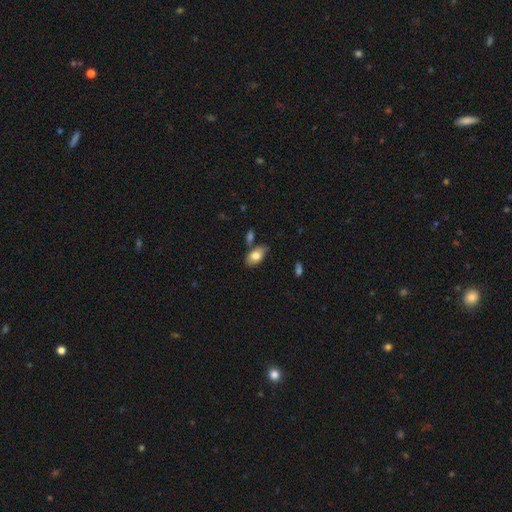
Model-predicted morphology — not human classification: Smooth or featured?
  - smooth: 78% *
  - featured or disk: 15%
  - star or artifact: 7%
How rounded?
  - in between: 91% *
  - round: 6%
  - cigar-shaped: 3%
Merging?
  - none: 58% *
  - minor disturbance: 22%
  - merger: 14%
  - major disturbance: 6%